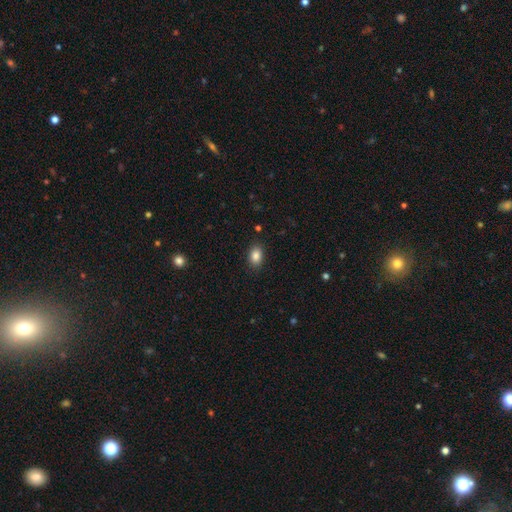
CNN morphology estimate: smooth_or_featured: smooth (p=0.86) [alt: star or artifact p=0.09]
how_rounded: in between (p=0.81) [alt: round p=0.17]
merging: none (p=0.87) [alt: minor disturbance p=0.09]